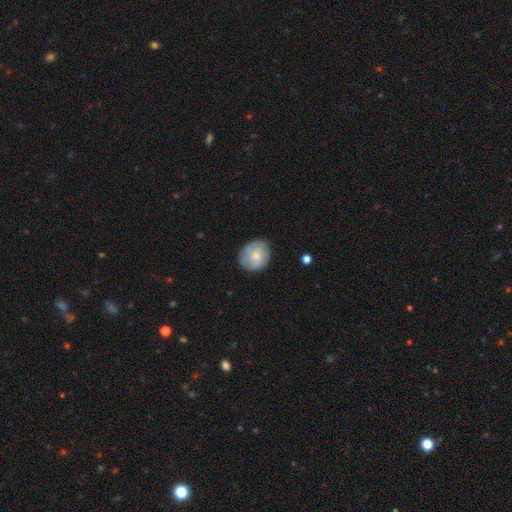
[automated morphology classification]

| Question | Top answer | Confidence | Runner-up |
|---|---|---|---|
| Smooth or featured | smooth | 66% | featured or disk (28%) |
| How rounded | round | 72% | in between (27%) |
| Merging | none | 80% | minor disturbance (16%) |